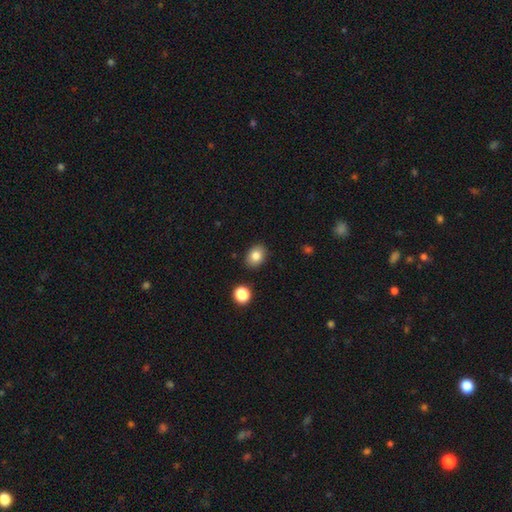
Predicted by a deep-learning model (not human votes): smooth-or-featured: smooth: 83% | star or artifact: 9% | featured or disk: 8%
  how-rounded: in between: 61% | round: 38% | cigar-shaped: 1%
  merging: none: 87% | minor disturbance: 9% | merger: 2% | major disturbance: 2%